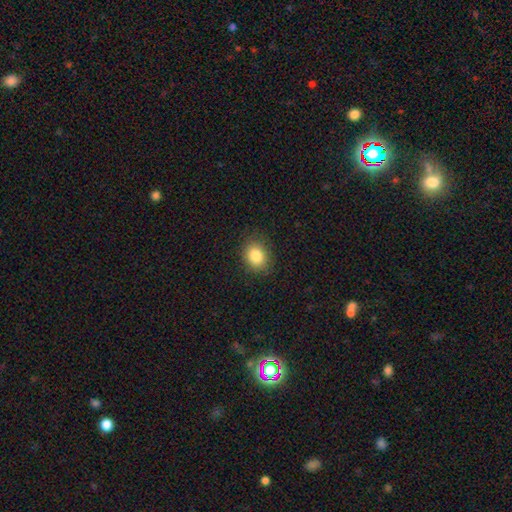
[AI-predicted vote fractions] This is clearly a smooth galaxy (85%). How rounded: possibly round (54%). Merging: clearly none (86%).